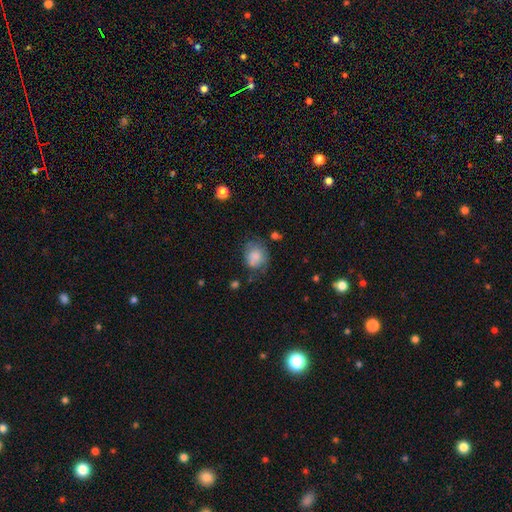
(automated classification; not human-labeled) This appears to be a smooth galaxy with no disk features (76%) that is round (68%). Merging: none (58%).